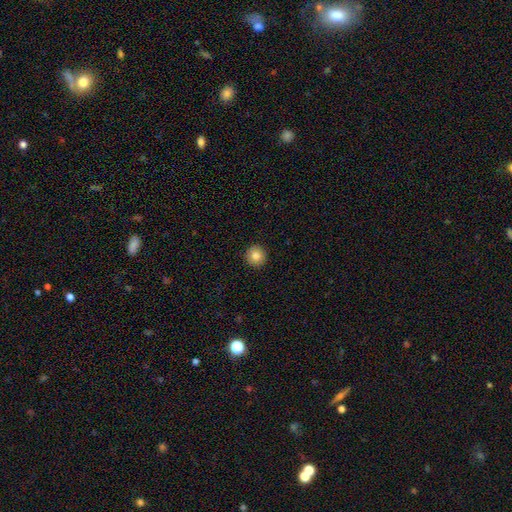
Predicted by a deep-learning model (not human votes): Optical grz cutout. It shows a smooth galaxy with no disk features (82%) that is round (95%). Merging: none (93%).